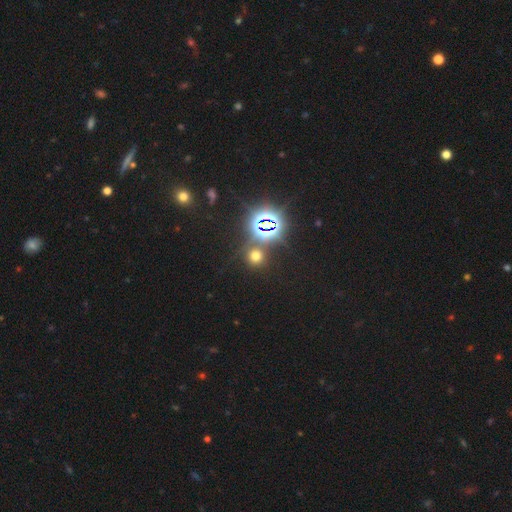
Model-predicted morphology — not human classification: Smooth or featured? smooth (52%)
How rounded? round (89%)
Merging? none (80%)